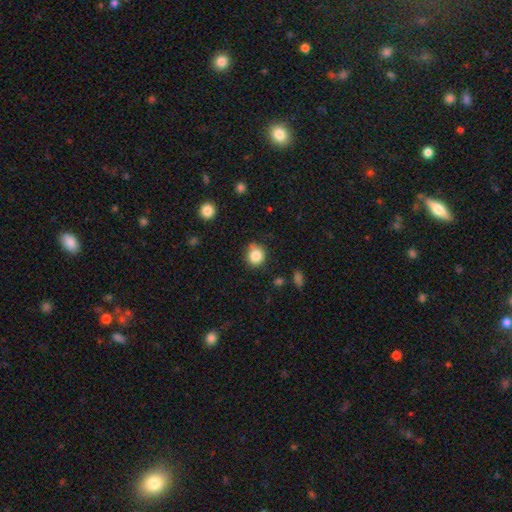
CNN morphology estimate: smooth_or_featured: smooth (p=0.84) [alt: star or artifact p=0.11]
how_rounded: round (p=0.88) [alt: in between p=0.11]
merging: none (p=0.74) [alt: minor disturbance p=0.17]